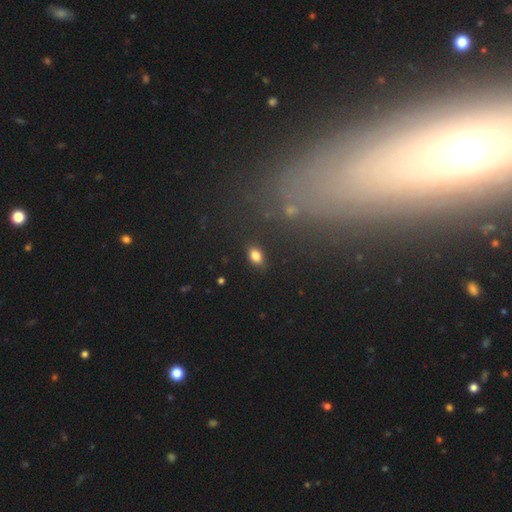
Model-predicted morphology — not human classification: The model was most divided on "smooth or featured": smooth: 83%, star or artifact: 11%, featured or disk: 7%. More confident: how rounded — in between (87%); merging — none (86%).